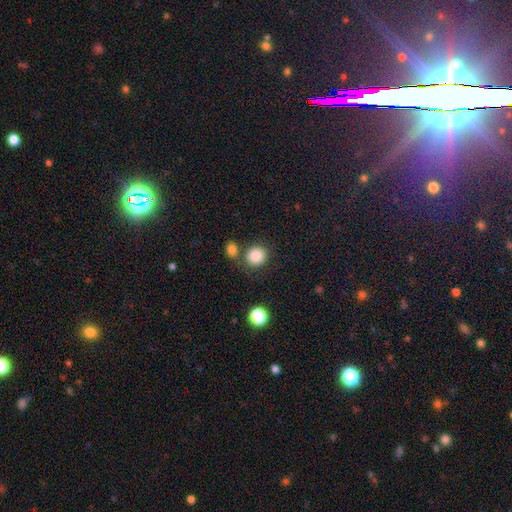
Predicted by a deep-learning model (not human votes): smooth_or_featured: smooth (p=0.86) [alt: star or artifact p=0.09]
how_rounded: round (p=0.87) [alt: in between p=0.12]
merging: none (p=0.72) [alt: merger p=0.14]